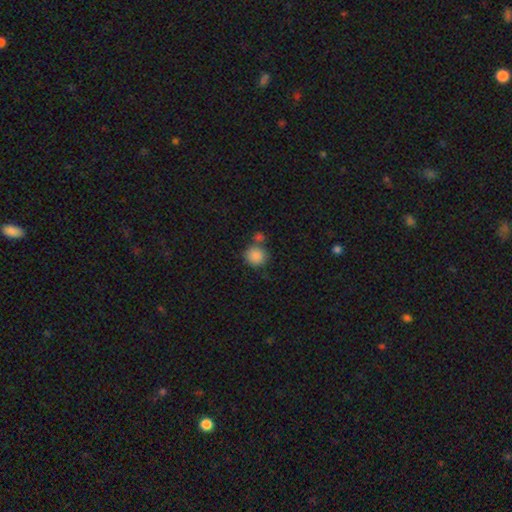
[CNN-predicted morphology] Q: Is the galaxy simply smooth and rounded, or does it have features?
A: smooth — 87%.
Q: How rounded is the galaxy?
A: round — 88%.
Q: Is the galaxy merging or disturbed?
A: none — 60%.